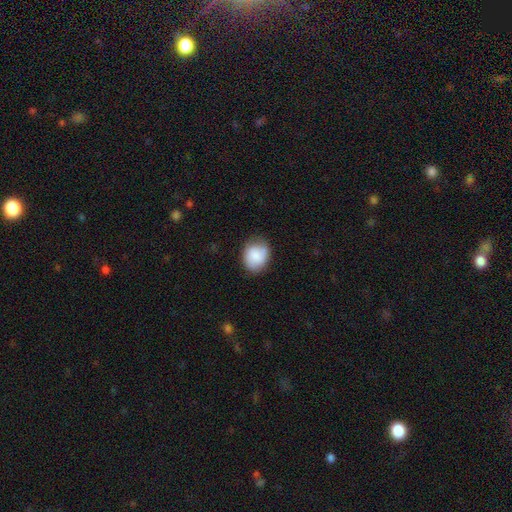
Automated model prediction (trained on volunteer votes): Overall: smooth (80%). How rounded: round (57%; in between 42%). Merging: none (73%).